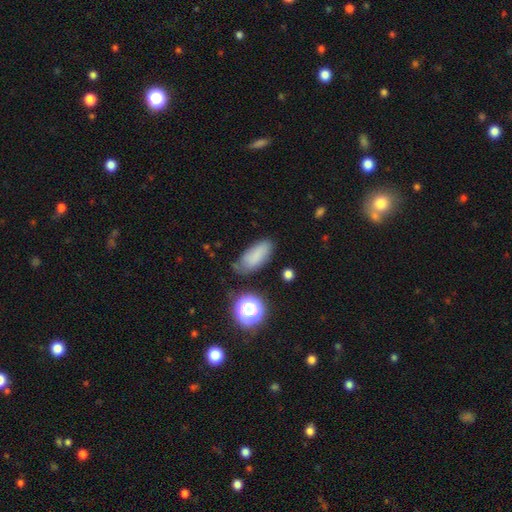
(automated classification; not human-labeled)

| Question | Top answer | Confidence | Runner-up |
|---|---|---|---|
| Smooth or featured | smooth | 76% | featured or disk (12%) |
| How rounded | in between | 83% | cigar-shaped (12%) |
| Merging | none | 64% | minor disturbance (26%) |